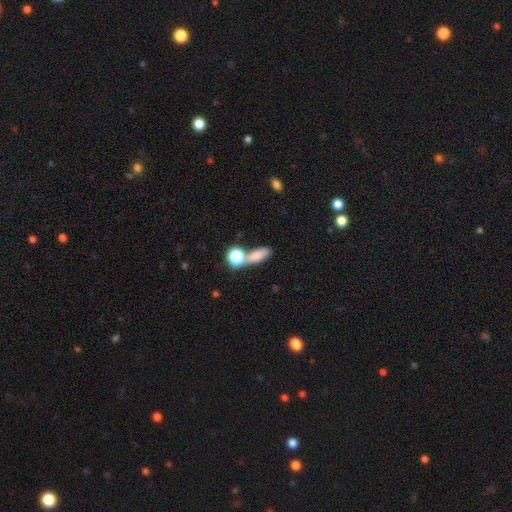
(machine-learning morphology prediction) type=smooth (75%); roundness=in between (65%); merging=none (52%).